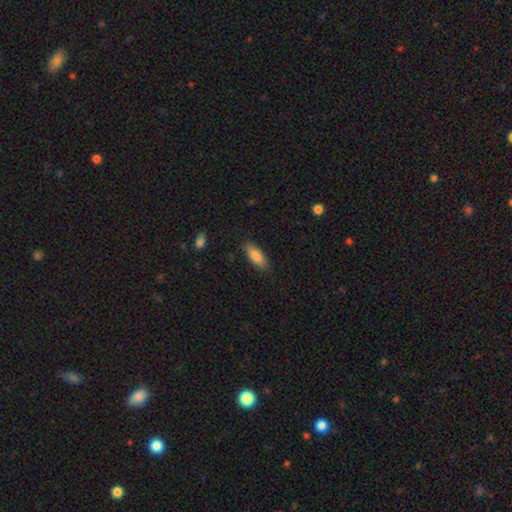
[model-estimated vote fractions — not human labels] Smooth or featured? smooth (85%)
How rounded? in between (67%)
Merging? none (86%)